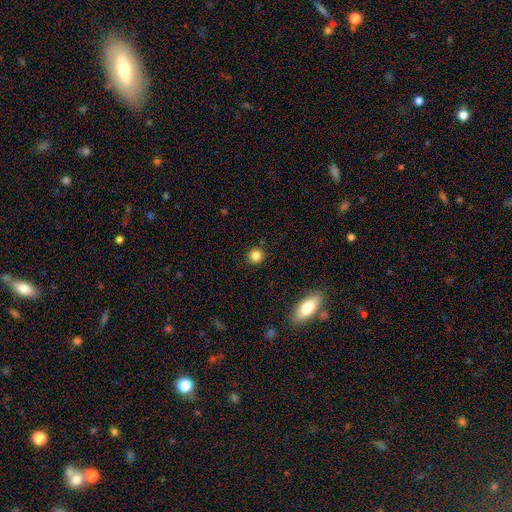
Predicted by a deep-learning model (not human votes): Morphology: type=smooth (83%); roundness=round (90%); merging=none (90%).